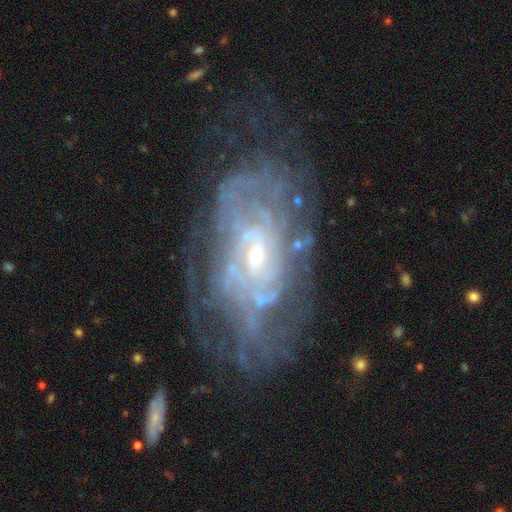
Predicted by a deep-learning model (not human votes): Smooth or featured? Predicted: featured or disk (p=0.85). Edge-on disk? Predicted: no (p=0.95). Bar? Predicted: no (p=0.56). Spiral arms? Predicted: yes (p=0.86). Spiral winding? Predicted: tight (p=0.70). Spiral arm count? Predicted: can't tell (p=0.56). Bulge size? Predicted: small (p=0.59). Merging? Predicted: none (p=0.63).